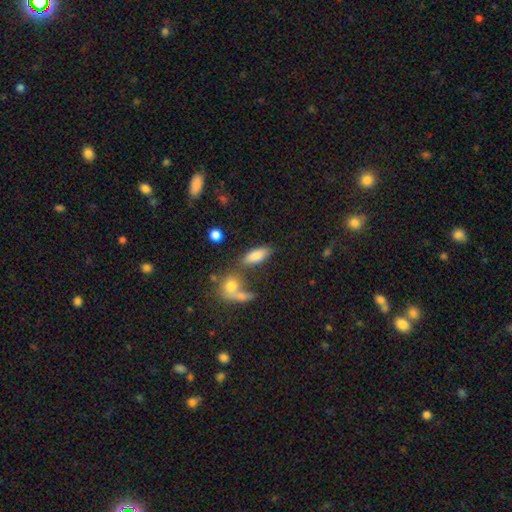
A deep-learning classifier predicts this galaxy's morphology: Smooth or featured?
  - smooth: 80% *
  - featured or disk: 11%
  - star or artifact: 8%
How rounded?
  - in between: 75% *
  - cigar-shaped: 21%
  - round: 4%
Merging?
  - none: 61% *
  - merger: 20%
  - minor disturbance: 13%
  - major disturbance: 6%